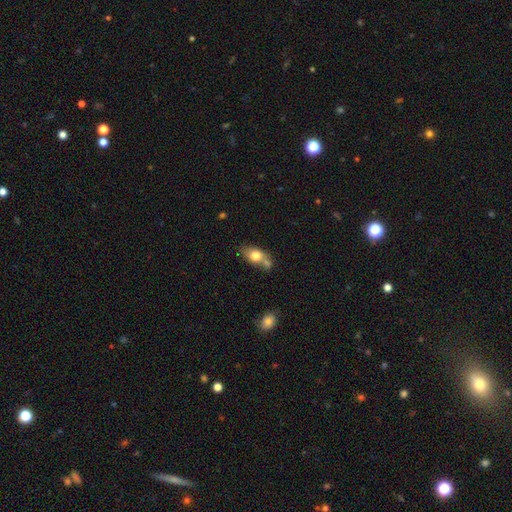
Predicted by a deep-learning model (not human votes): smooth-or-featured: smooth: 75% | featured or disk: 17% | star or artifact: 8%
  how-rounded: in between: 79% | round: 16% | cigar-shaped: 5%
  merging: none: 40% | merger: 37% | minor disturbance: 17% | major disturbance: 6%